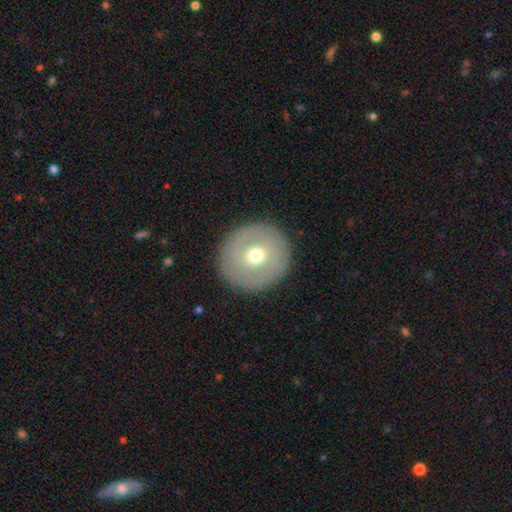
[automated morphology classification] Smooth or featured? Predicted: smooth (p=0.52). How rounded? Predicted: round (p=0.93). Merging? Predicted: none (p=0.89).